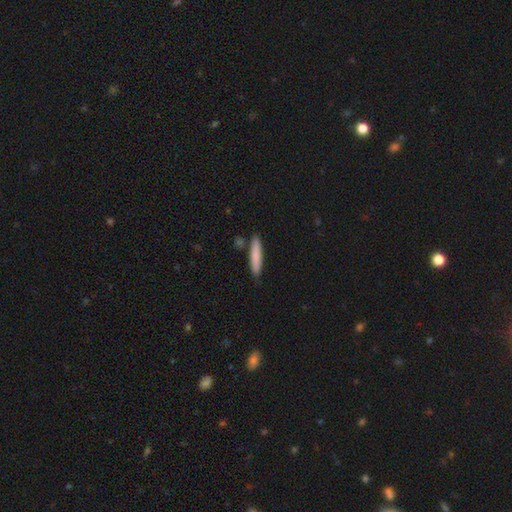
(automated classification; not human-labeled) This appears to be a smooth galaxy with no disk features (81%) that is cigar-shaped (89%). Merging: none (84%).